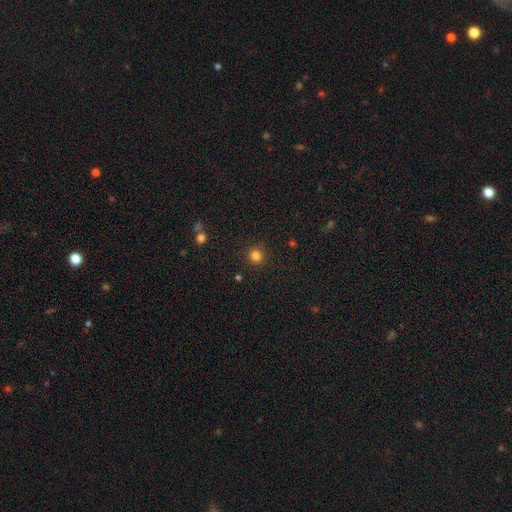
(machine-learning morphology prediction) Smooth or featured? Predicted: smooth (p=0.82). How rounded? Predicted: round (p=0.94). Merging? Predicted: none (p=0.90).